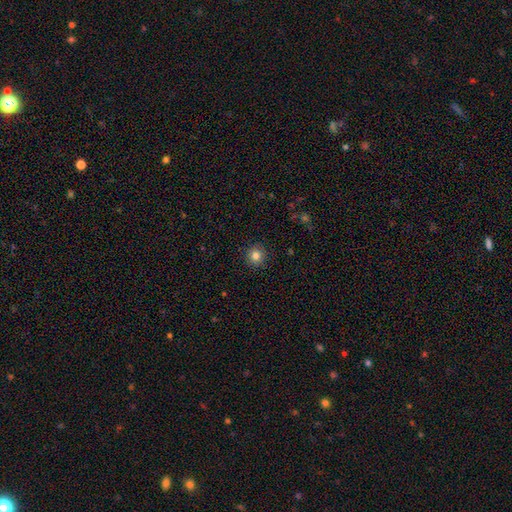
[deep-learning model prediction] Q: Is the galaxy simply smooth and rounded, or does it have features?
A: smooth — 82%.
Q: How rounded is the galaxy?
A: round — 94%.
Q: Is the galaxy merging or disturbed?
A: none — 92%.